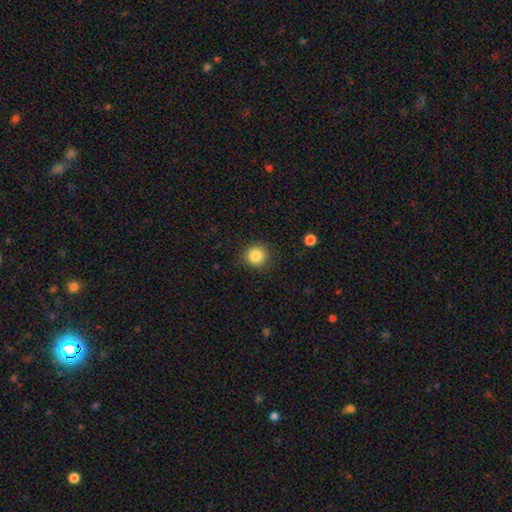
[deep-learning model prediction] smooth 85%, star or artifact 10%, featured or disk 5%. Down the decision tree: how rounded — round (90%); merging — none (89%).